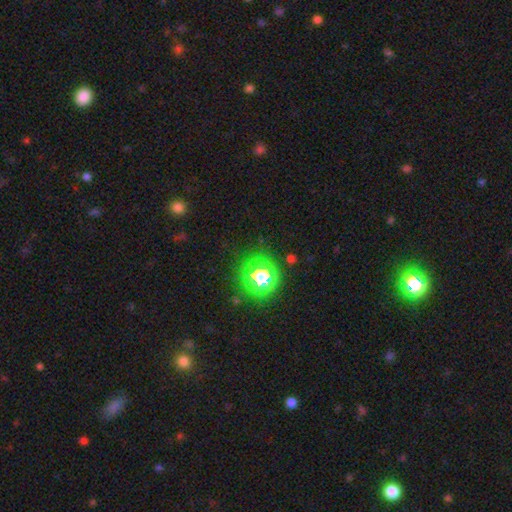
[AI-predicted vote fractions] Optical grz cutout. It shows a star or artifact, not a galaxy (69%).